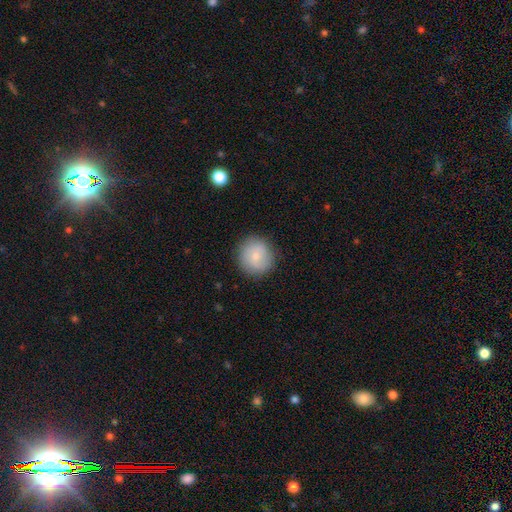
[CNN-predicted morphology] smooth 75%, featured or disk 18%, star or artifact 7%. Down the decision tree: how rounded — round (93%); merging — none (88%).